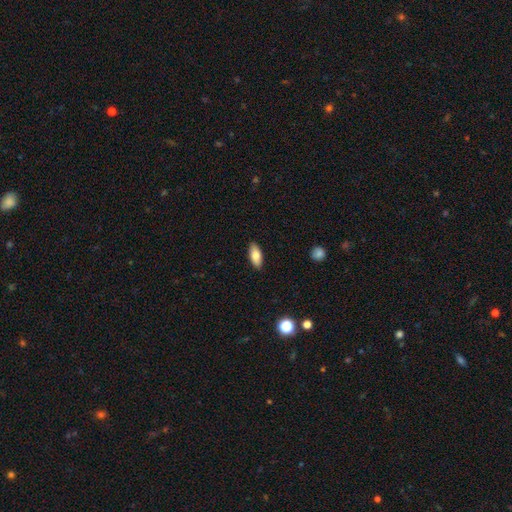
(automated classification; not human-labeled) A smooth galaxy with no disk features (82%) that is in between round and cigar-shaped (84%).

Vote fractions:
- Smooth or featured? smooth: 82% / featured or disk: 11% / star or artifact: 7%
- How rounded? in between: 84% / cigar-shaped: 14% / round: 2%
- Merging? none: 89% / minor disturbance: 8% / major disturbance: 2% / merger: 1%